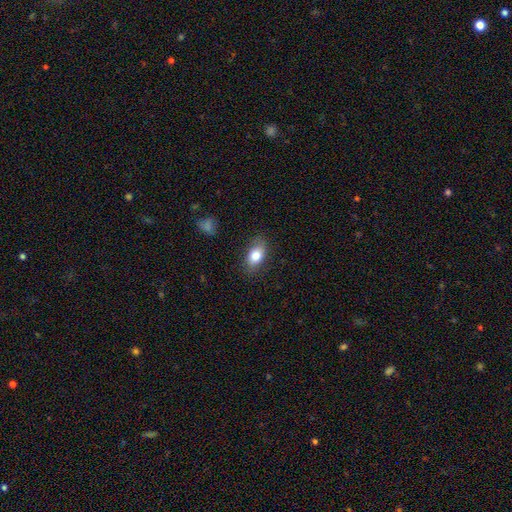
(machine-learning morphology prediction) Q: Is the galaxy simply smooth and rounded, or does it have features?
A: smooth — 80%.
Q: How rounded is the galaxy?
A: in between — 89%.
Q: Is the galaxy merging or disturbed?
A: none — 82%.